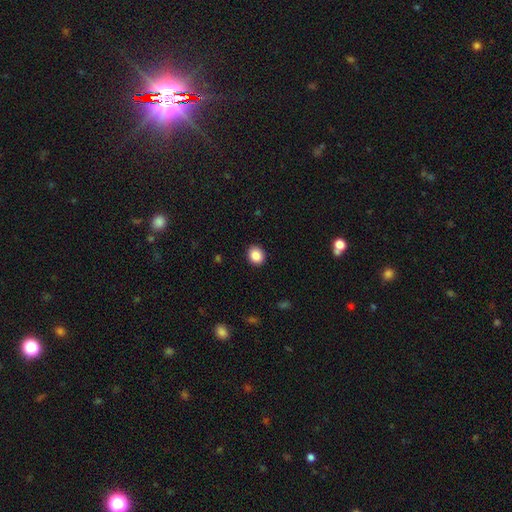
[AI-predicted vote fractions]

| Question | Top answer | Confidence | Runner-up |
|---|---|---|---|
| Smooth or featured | smooth | 87% | star or artifact (9%) |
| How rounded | round | 66% | in between (33%) |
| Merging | none | 91% | minor disturbance (6%) |